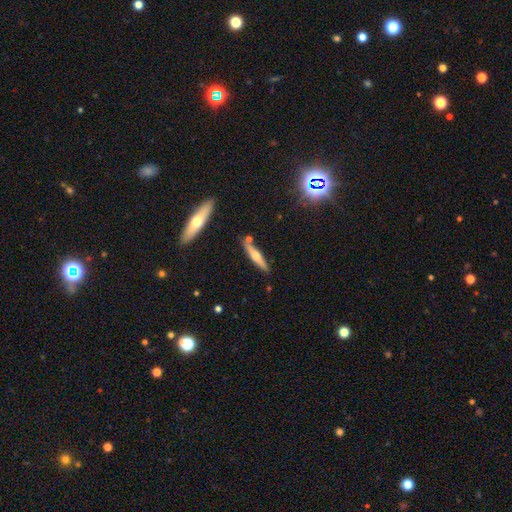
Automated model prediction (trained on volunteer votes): Smooth or featured? Predicted: featured or disk (p=0.53). Edge-on disk? Predicted: yes (p=0.95). Merging? Predicted: none (p=0.81).